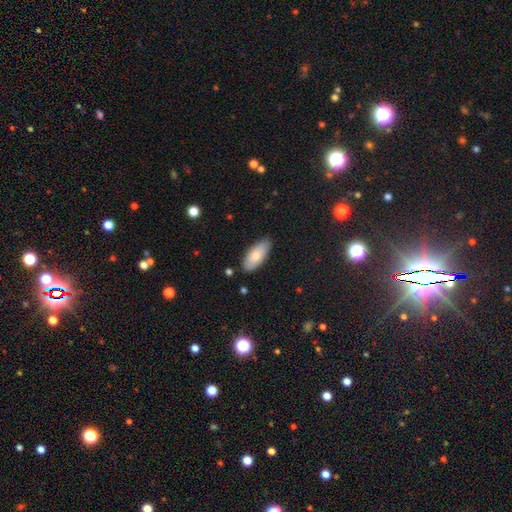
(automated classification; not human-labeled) This is likely a smooth galaxy (78%). How rounded: clearly in between (86%). Merging: clearly none (85%).